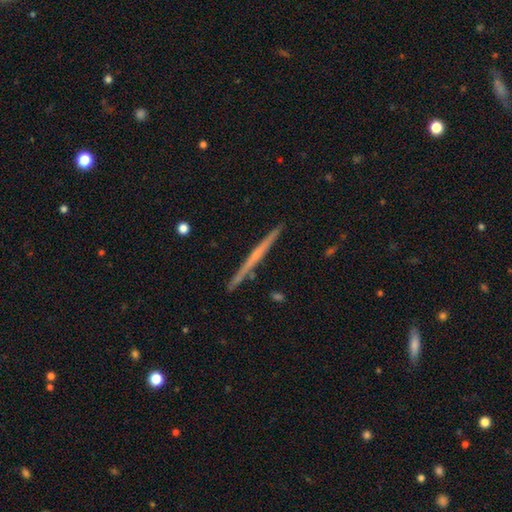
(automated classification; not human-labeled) smooth_or_featured: featured or disk (p=0.68) [alt: smooth p=0.27]
disk_edge_on: yes (p=0.98) [alt: no p=0.02]
edge_on_bulge: none (p=0.65) [alt: rounded p=0.29]
merging: none (p=0.91) [alt: minor disturbance p=0.06]